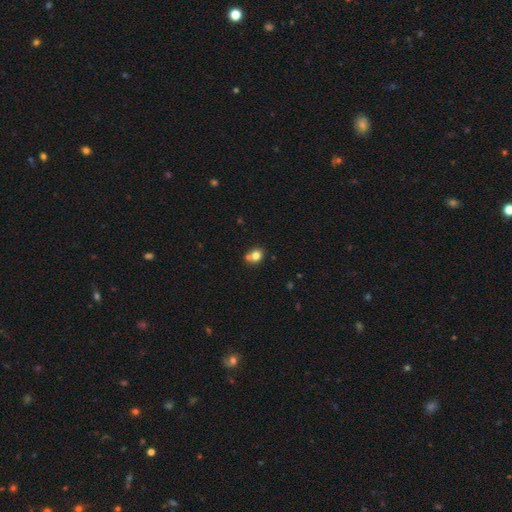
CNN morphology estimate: Smooth or featured? Predicted: smooth (p=0.78). How rounded? Predicted: round (p=0.66). Merging? Predicted: none (p=0.54).